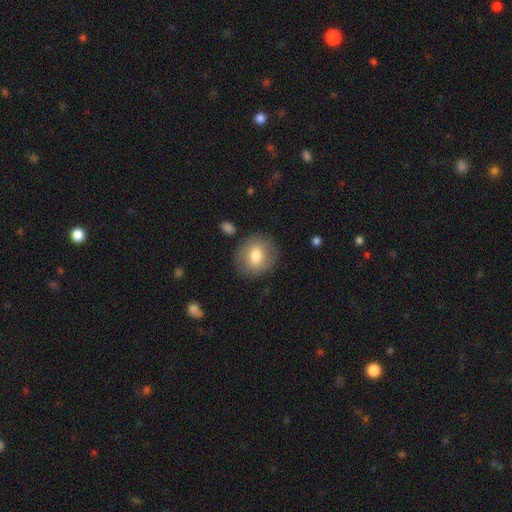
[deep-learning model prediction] Overall: smooth (75%). How rounded: round (78%). Merging: none (86%).